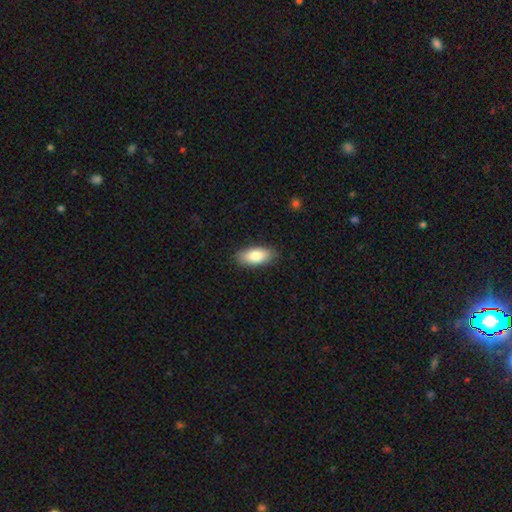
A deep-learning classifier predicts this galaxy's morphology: Q: Smooth or featured?
A: smooth (84%); runner-up: featured or disk (10%)
Q: How rounded?
A: in between (89%); runner-up: cigar-shaped (8%)
Q: Merging?
A: none (87%); runner-up: minor disturbance (10%)